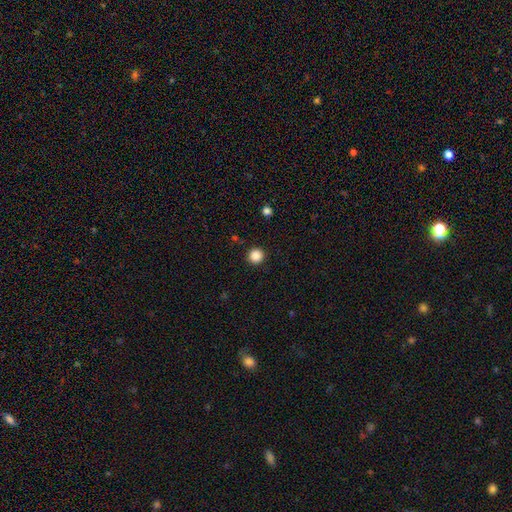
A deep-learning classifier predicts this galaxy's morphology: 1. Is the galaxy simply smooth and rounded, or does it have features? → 87% smooth, 10% star or artifact, 2% featured or disk.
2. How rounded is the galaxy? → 95% round, 4% in between, 1% cigar-shaped.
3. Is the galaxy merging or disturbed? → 92% none, 5% minor disturbance, 2% major disturbance, 1% merger.